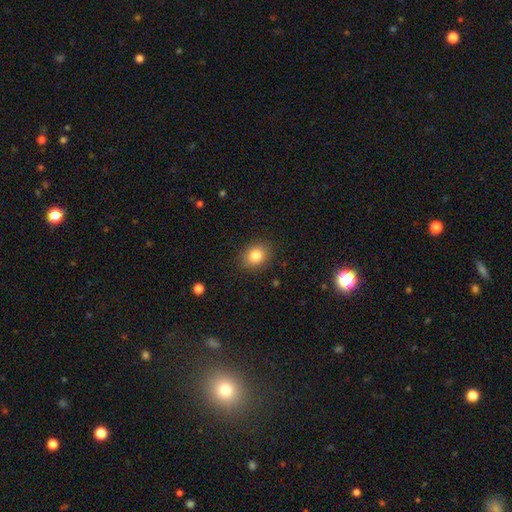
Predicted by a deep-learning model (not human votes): Smooth or featured: smooth — 83% (star or artifact — 10%)
How rounded: in between — 50% (round — 49%)
Merging: none — 87% (minor disturbance — 9%)